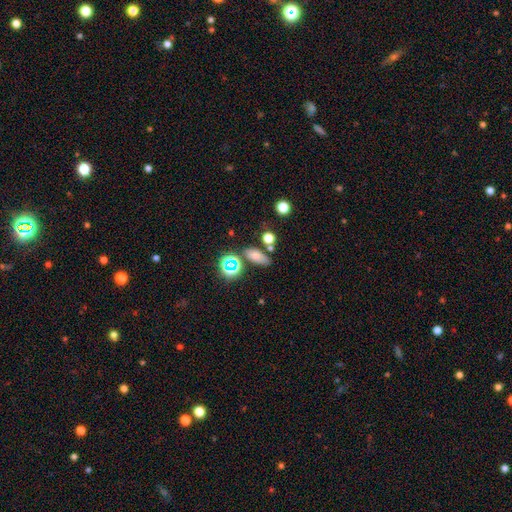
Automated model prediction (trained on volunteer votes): Overall: smooth (70%). How rounded: in between (73%). Merging: none (68%).